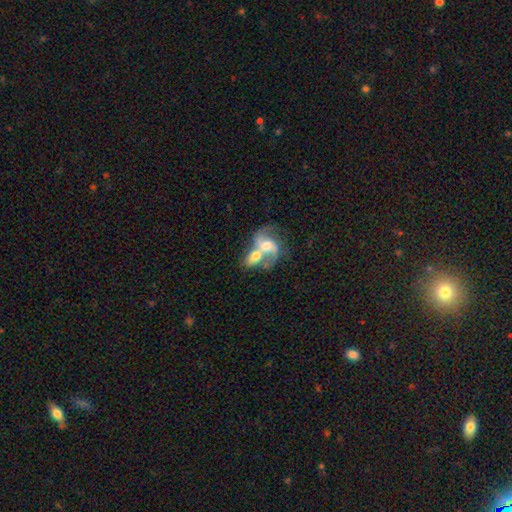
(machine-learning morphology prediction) smooth-or-featured: featured or disk: 60% | smooth: 32% | star or artifact: 8%
  disk-edge-on: no: 96% | yes: 4%
    bar: no: 56% | weak: 33% | strong: 11%
    has-spiral-arms: yes: 76% | no: 24%
    bulge-size: moderate: 55% | small: 21% | large: 16% | none: 6% | dominant: 2%
  merging: merger: 75% | none: 13% | major disturbance: 6% | minor disturbance: 6%